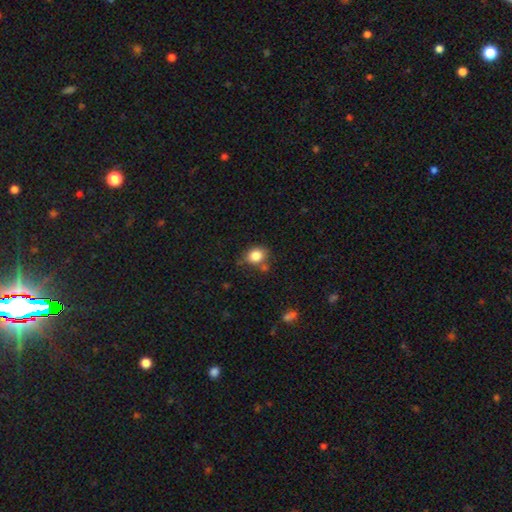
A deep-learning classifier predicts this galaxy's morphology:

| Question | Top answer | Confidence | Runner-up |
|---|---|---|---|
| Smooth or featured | smooth | 84% | star or artifact (10%) |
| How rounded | round | 55% | in between (44%) |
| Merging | none | 69% | minor disturbance (17%) |